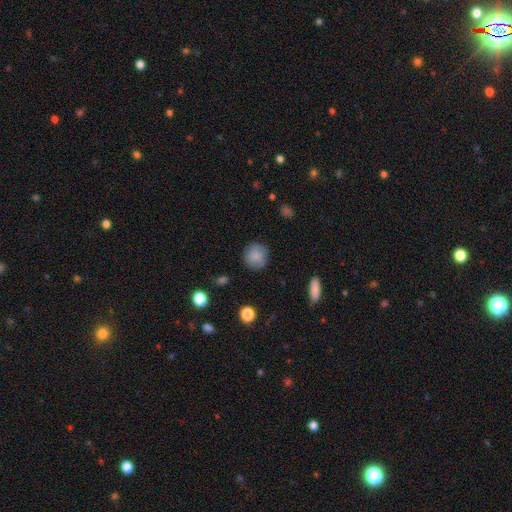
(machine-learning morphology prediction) A smooth galaxy with no disk features (84%) that is round (90%).

Vote fractions:
- Smooth or featured? smooth: 84% / star or artifact: 8% / featured or disk: 8%
- How rounded? round: 90% / in between: 9% / cigar-shaped: 1%
- Merging? none: 83% / minor disturbance: 12% / major disturbance: 3% / merger: 1%